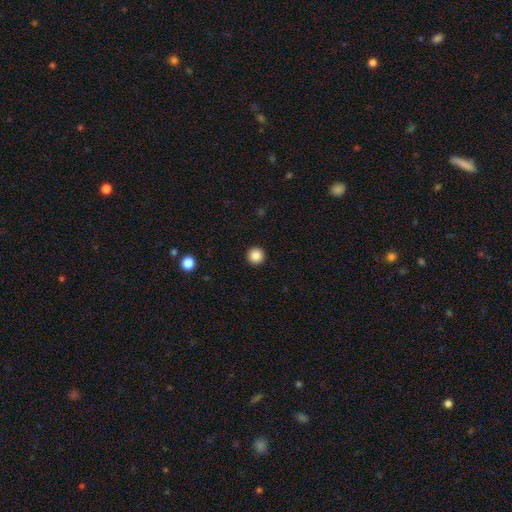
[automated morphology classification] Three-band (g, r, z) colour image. It shows a smooth galaxy with no disk features (86%) that is round (96%). Merging: none (94%).